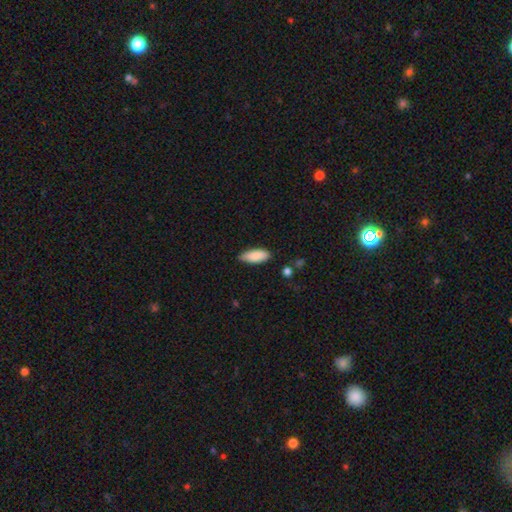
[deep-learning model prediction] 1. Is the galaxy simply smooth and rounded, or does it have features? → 88% smooth, 6% star or artifact, 6% featured or disk.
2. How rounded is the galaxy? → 81% in between, 17% cigar-shaped, 2% round.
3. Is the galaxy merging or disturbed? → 78% none, 18% minor disturbance, 2% major disturbance, 2% merger.